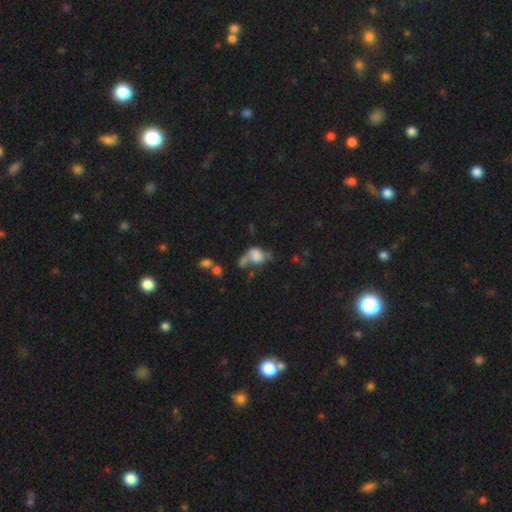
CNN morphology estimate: This is likely a smooth galaxy (66%). How rounded: likely in between (64%). Merging: marginally merger (36%).